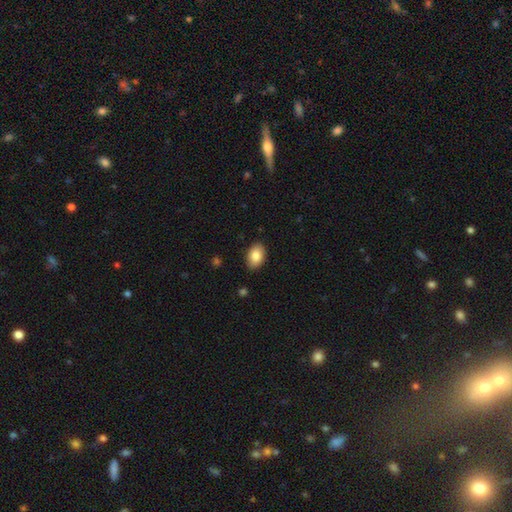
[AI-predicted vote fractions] smooth 86%, featured or disk 7%, star or artifact 7%. Down the decision tree: how rounded — in between (90%); merging — none (87%).